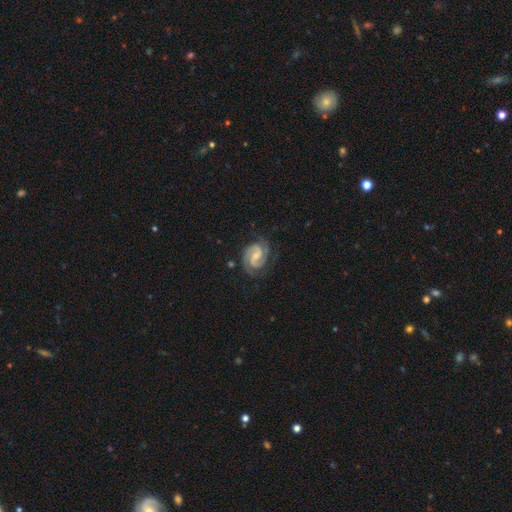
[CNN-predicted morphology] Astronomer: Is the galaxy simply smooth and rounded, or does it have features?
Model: featured or disk — 90%.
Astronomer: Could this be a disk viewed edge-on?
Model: no — 98%.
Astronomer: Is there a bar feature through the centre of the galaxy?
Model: weak — 54%.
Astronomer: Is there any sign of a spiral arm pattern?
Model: yes — 98%.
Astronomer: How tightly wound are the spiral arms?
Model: tight — 46%, tied with medium at 46%.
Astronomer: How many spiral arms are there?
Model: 2 — 91%.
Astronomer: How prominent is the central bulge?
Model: small — 45% (runner-up: moderate, 28%).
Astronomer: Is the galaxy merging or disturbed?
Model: none — 78%.